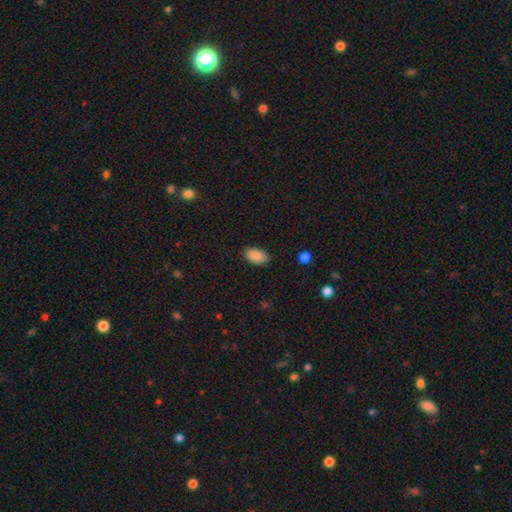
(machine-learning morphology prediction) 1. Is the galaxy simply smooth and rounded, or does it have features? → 89% smooth, 7% star or artifact, 4% featured or disk.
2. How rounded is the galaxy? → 93% in between, 5% round, 2% cigar-shaped.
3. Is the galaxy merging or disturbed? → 85% none, 11% minor disturbance, 3% major disturbance, 1% merger.